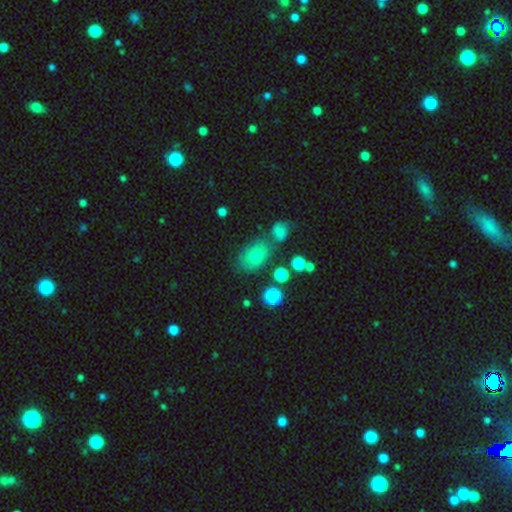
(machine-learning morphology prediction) Smooth or featured?
  - smooth: 70% *
  - featured or disk: 16%
  - star or artifact: 14%
How rounded?
  - in between: 80% *
  - round: 19%
  - cigar-shaped: 2%
Merging?
  - none: 62% *
  - minor disturbance: 17%
  - merger: 15%
  - major disturbance: 6%